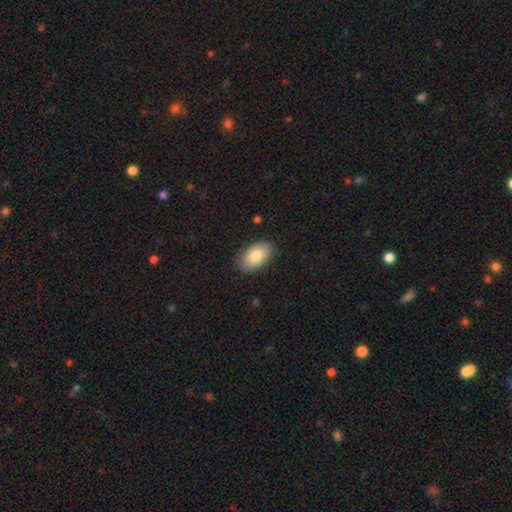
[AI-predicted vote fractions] The model was most divided on "merging": none: 85%, minor disturbance: 12%, major disturbance: 2%, merger: 1%. More confident: how rounded — in between (94%); smooth or featured — smooth (84%).